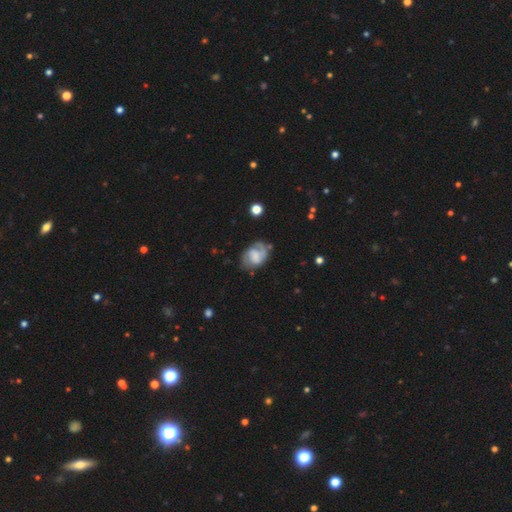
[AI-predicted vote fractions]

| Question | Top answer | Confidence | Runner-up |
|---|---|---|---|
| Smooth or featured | featured or disk | 61% | smooth (31%) |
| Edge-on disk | no | 97% | yes (3%) |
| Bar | weak | 43% | no (42%) |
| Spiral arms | yes | 83% | no (17%) |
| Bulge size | none | 39% | moderate (21%) |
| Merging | none | 54% | minor disturbance (27%) |